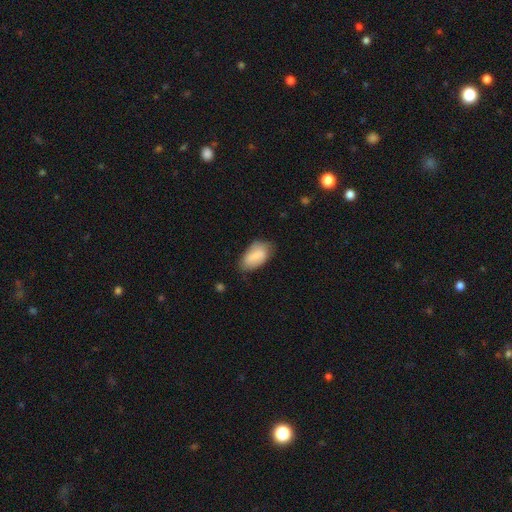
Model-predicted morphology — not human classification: Smooth or featured: smooth — 81% (featured or disk — 13%)
How rounded: in between — 94% (round — 4%)
Merging: none — 63% (minor disturbance — 29%)